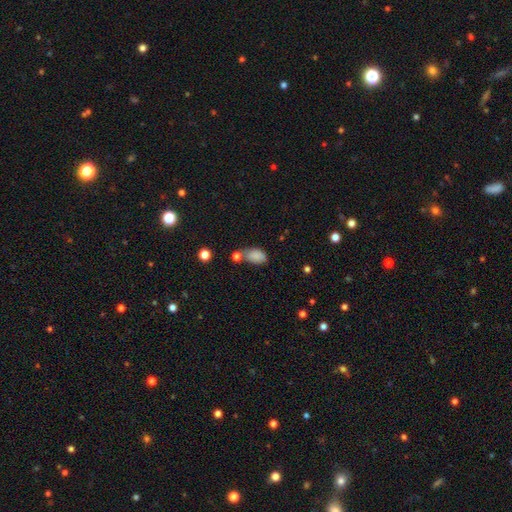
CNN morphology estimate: Q: Smooth or featured?
A: smooth (84%); runner-up: star or artifact (10%)
Q: How rounded?
A: in between (90%); runner-up: round (8%)
Q: Merging?
A: none (46%); runner-up: merger (25%)